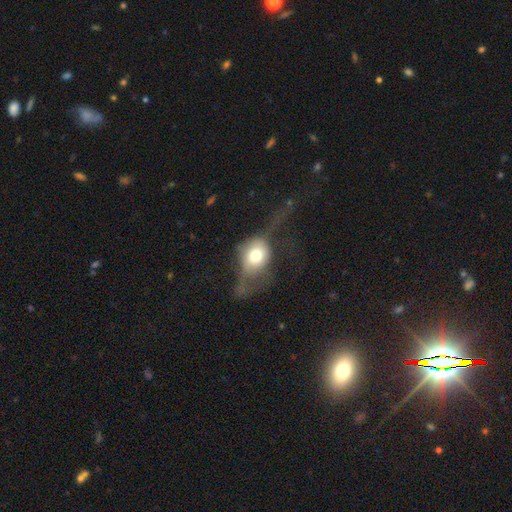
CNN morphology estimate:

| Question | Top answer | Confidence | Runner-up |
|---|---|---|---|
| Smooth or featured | smooth | 57% | featured or disk (33%) |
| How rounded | round | 55% | in between (42%) |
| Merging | major disturbance | 49% | none (26%) |